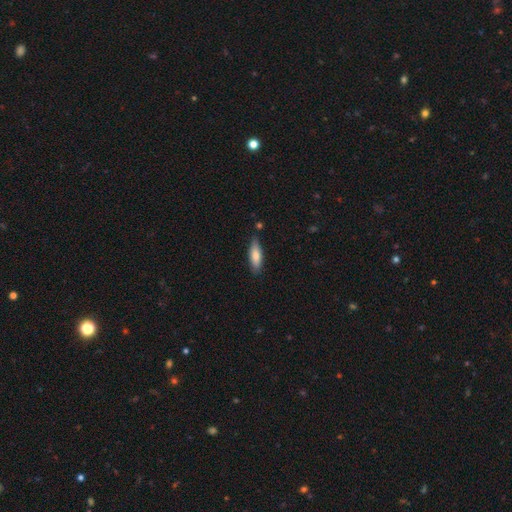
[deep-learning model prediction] Morphology: type=smooth (75%); roundness=cigar-shaped (49%, tied with in between); merging=none (82%).